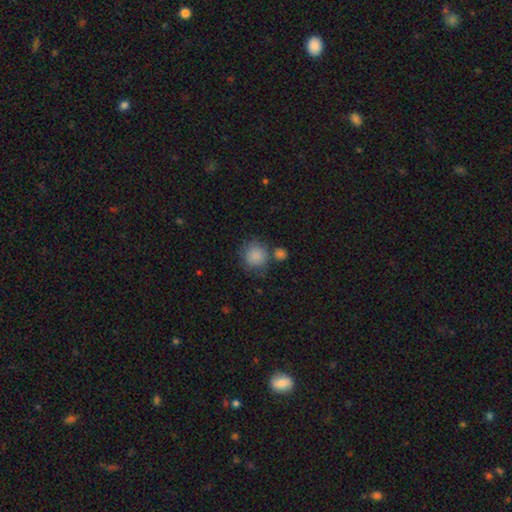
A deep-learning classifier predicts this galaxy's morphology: type=smooth (87%); roundness=round (88%); merging=none (66%).